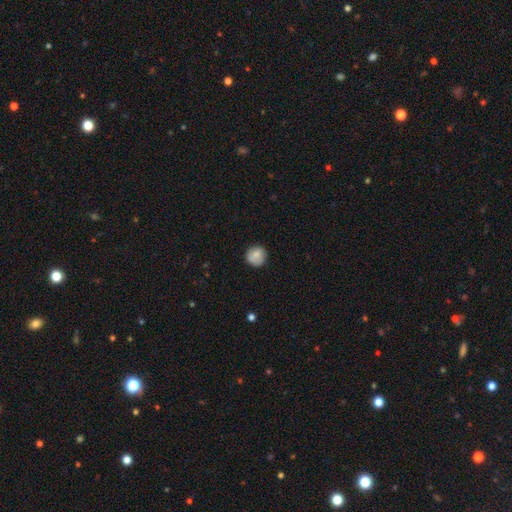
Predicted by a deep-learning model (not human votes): smooth 79%, featured or disk 13%, star or artifact 8%. Down the decision tree: how rounded — round (90%); merging — none (79%).